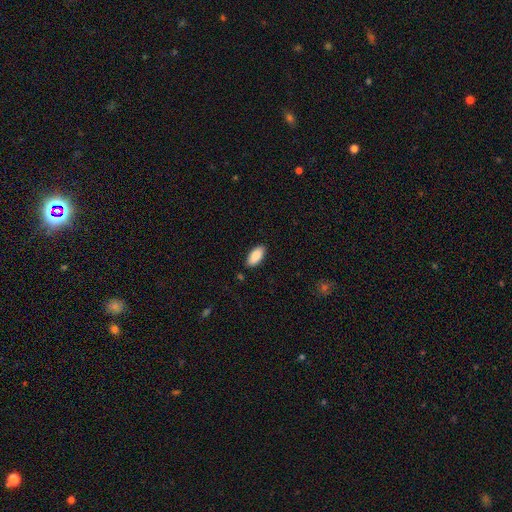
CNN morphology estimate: Smooth or featured? smooth (89%)
How rounded? in between (91%)
Merging? none (87%)